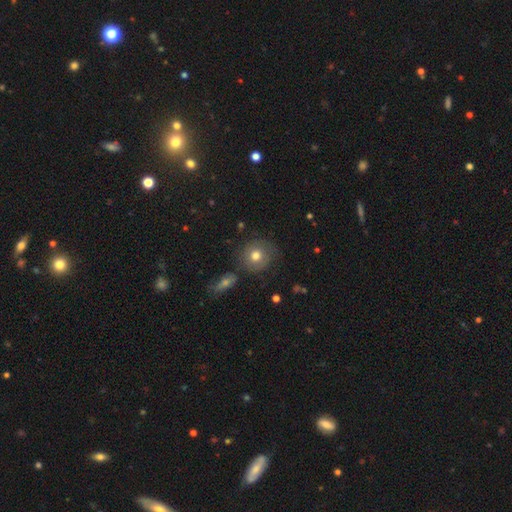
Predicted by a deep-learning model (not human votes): This appears to be a smooth galaxy with no disk features (66%) that is round (88%). Merging: none (74%).